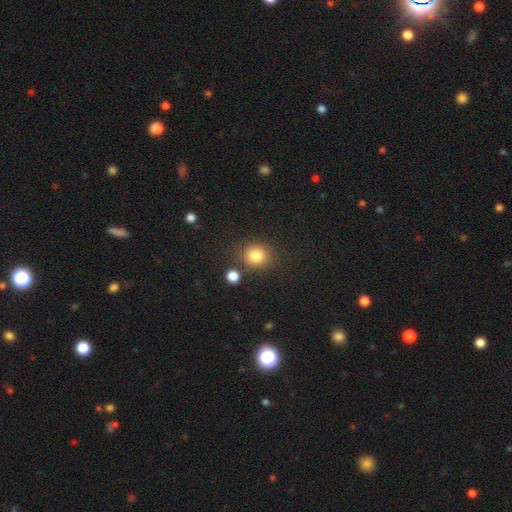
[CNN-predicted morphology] Smooth or featured? Predicted: smooth (p=0.83). How rounded? Predicted: round (p=0.80). Merging? Predicted: none (p=0.79).